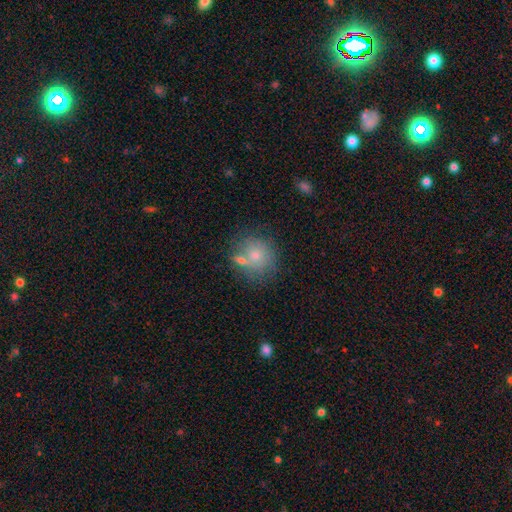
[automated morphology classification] smooth 71%, featured or disk 19%, star or artifact 10%. Down the decision tree: how rounded — round (82%); merging — none (55%).